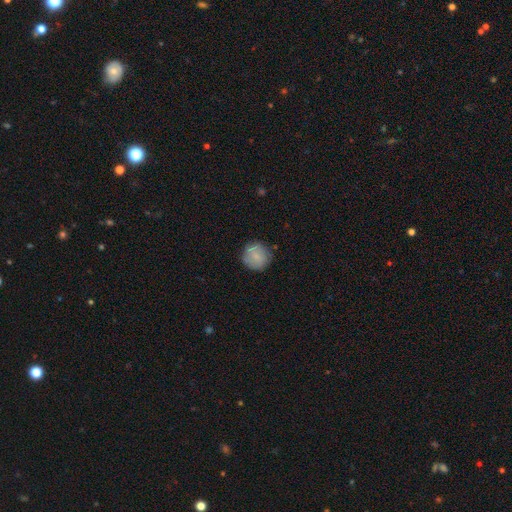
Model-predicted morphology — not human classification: Smooth or featured?
  - smooth: 73% *
  - featured or disk: 20%
  - star or artifact: 8%
How rounded?
  - round: 91% *
  - in between: 8%
  - cigar-shaped: 1%
Merging?
  - none: 78% *
  - minor disturbance: 16%
  - major disturbance: 5%
  - merger: 2%